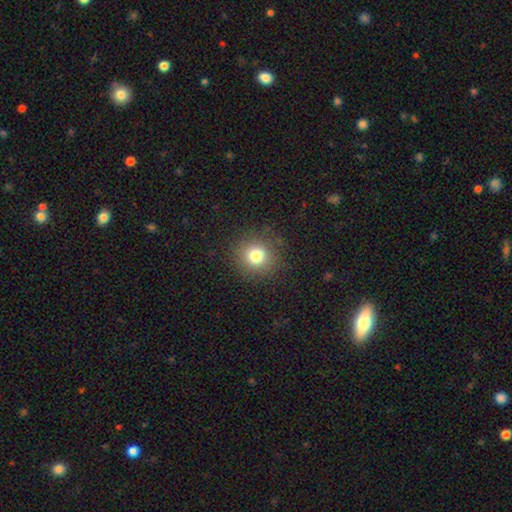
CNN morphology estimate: Smooth or featured? smooth (78%)
How rounded? round (92%)
Merging? none (88%)